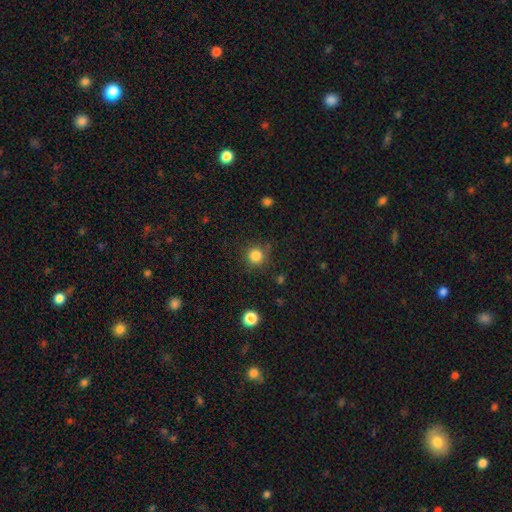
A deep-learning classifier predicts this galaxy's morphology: Smooth or featured: smooth — 83% (star or artifact — 12%)
How rounded: round — 94% (in between — 5%)
Merging: none — 85% (minor disturbance — 10%)